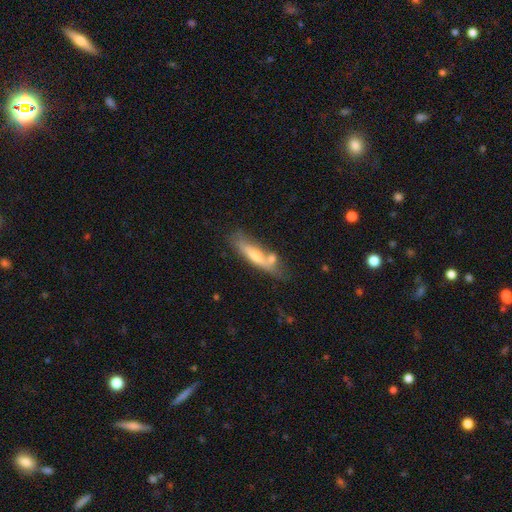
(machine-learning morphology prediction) type=smooth (49%); merging=none (55%).